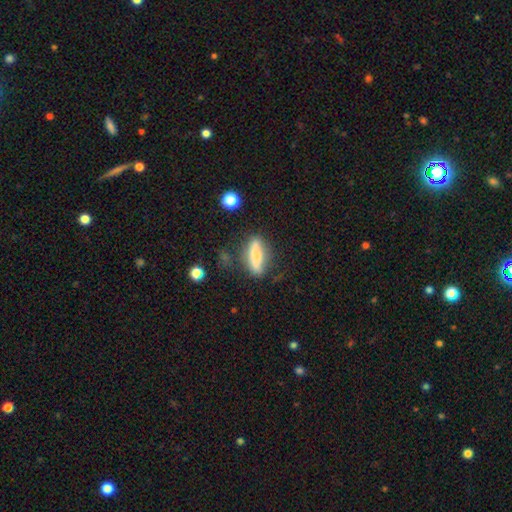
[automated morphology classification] smooth-or-featured: smooth: 61% | featured or disk: 31% | star or artifact: 8%
  how-rounded: cigar-shaped: 55% | in between: 42% | round: 3%
  merging: none: 69% | minor disturbance: 19% | major disturbance: 8% | merger: 4%